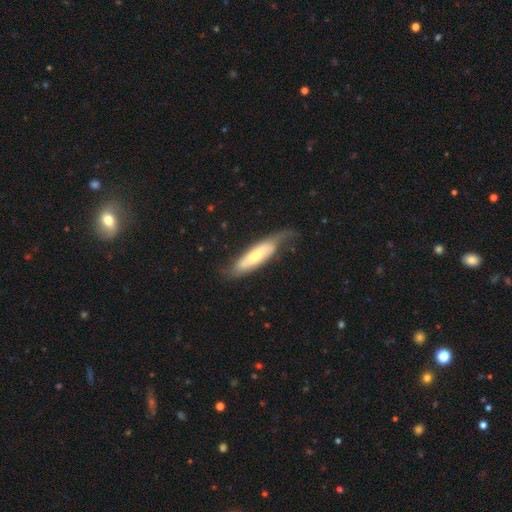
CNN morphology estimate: featured or disk 48%, smooth 47%, star or artifact 5%. Down the decision tree: merging — none (45%).